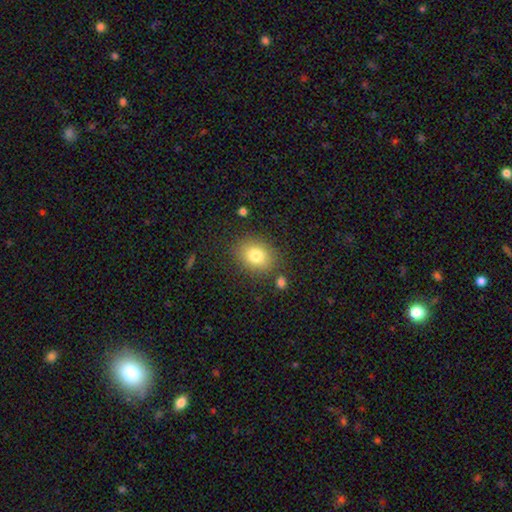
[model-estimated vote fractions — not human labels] This appears to be a smooth galaxy with no disk features (80%) that is in between round and cigar-shaped (51%). Merging: none (81%).